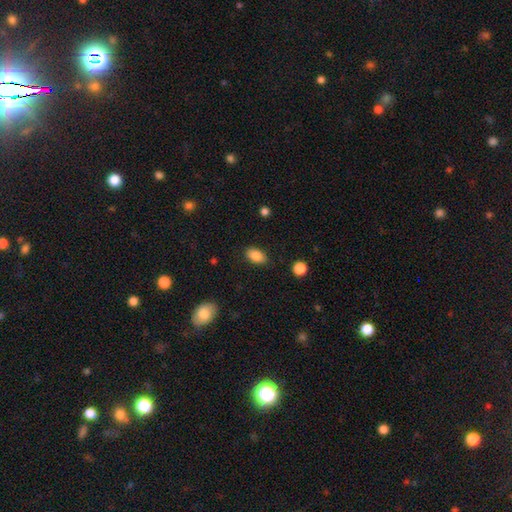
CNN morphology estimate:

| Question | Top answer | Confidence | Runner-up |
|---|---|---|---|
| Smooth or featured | smooth | 87% | star or artifact (8%) |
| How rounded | in between | 91% | round (8%) |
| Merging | none | 85% | minor disturbance (11%) |